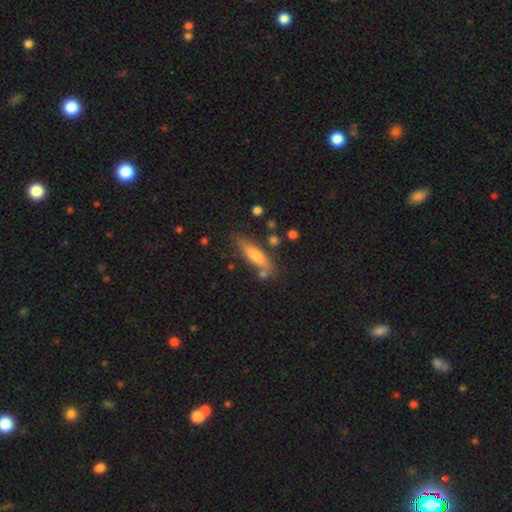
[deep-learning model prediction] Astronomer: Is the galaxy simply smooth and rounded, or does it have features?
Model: smooth — 64%.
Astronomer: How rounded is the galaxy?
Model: cigar-shaped — 70%.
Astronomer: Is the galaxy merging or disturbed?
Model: none — 72%.